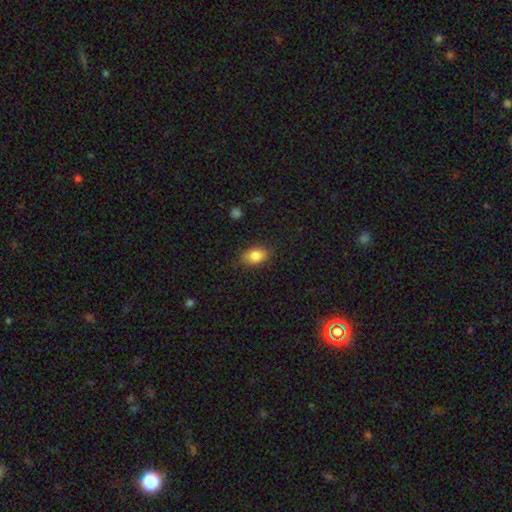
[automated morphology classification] smooth 84%, star or artifact 9%, featured or disk 8%. Down the decision tree: how rounded — in between (83%); merging — none (82%).